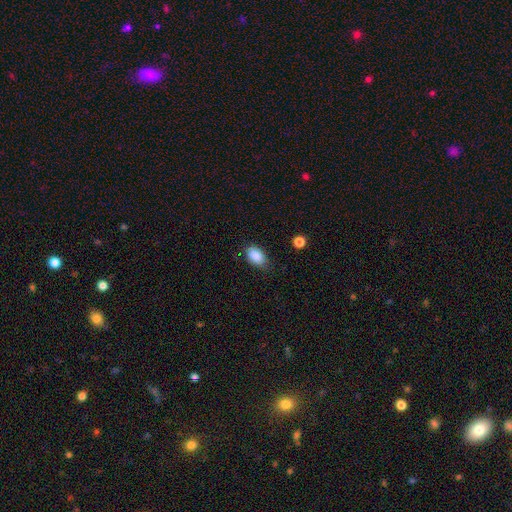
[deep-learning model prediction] Q: Smooth or featured?
A: smooth (88%); runner-up: star or artifact (8%)
Q: How rounded?
A: in between (90%); runner-up: round (8%)
Q: Merging?
A: none (73%); runner-up: minor disturbance (21%)